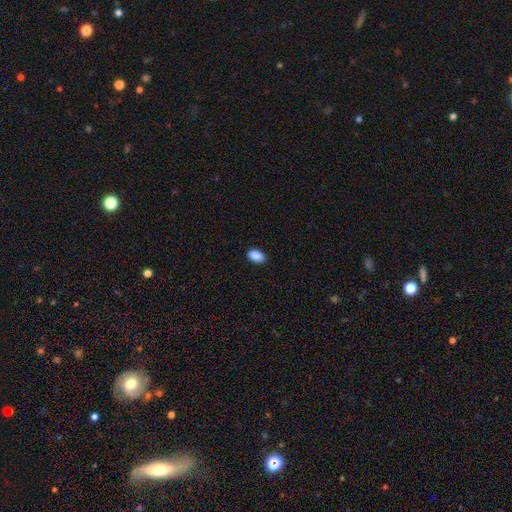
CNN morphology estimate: Q: Smooth or featured?
A: smooth (89%); runner-up: star or artifact (8%)
Q: How rounded?
A: in between (91%); runner-up: round (7%)
Q: Merging?
A: none (88%); runner-up: minor disturbance (10%)